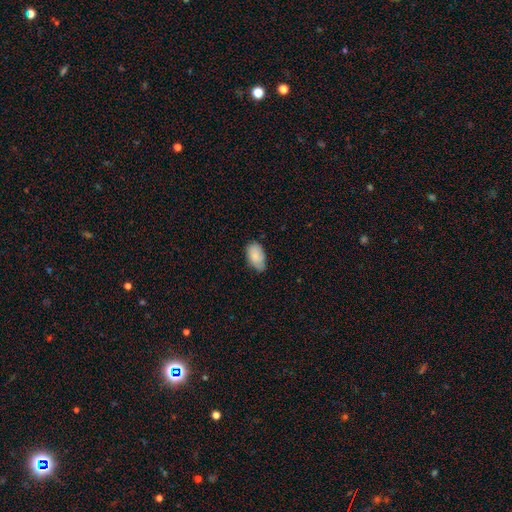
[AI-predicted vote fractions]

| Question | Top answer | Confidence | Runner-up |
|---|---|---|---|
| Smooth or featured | smooth | 82% | featured or disk (11%) |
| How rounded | in between | 93% | round (5%) |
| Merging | none | 60% | minor disturbance (33%) |